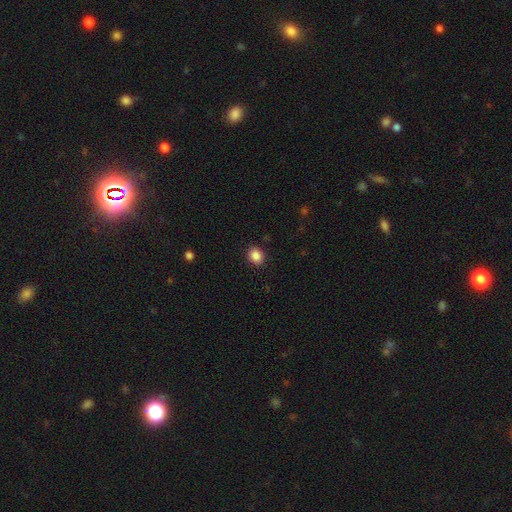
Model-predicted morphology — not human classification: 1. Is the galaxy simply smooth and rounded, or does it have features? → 87% smooth, 9% star or artifact, 3% featured or disk.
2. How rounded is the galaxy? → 60% round, 39% in between, 1% cigar-shaped.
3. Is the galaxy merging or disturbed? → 90% none, 7% minor disturbance, 2% major disturbance, 1% merger.